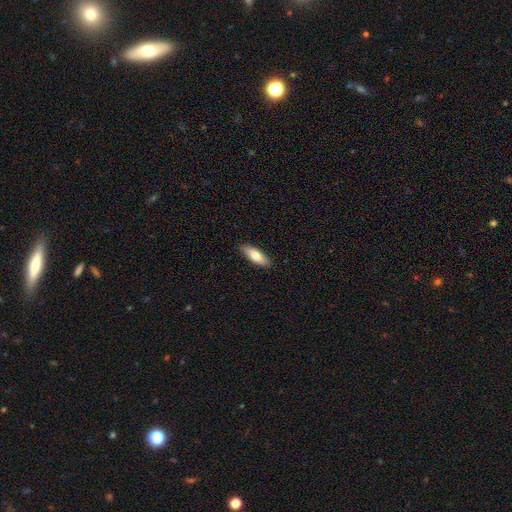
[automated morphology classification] A smooth galaxy with no disk features (74%) that is in between round and cigar-shaped (62%).

Vote fractions:
- Smooth or featured? smooth: 74% / featured or disk: 20% / star or artifact: 6%
- How rounded? in between: 62% / cigar-shaped: 36% / round: 2%
- Merging? none: 88% / minor disturbance: 9% / major disturbance: 2% / merger: 1%